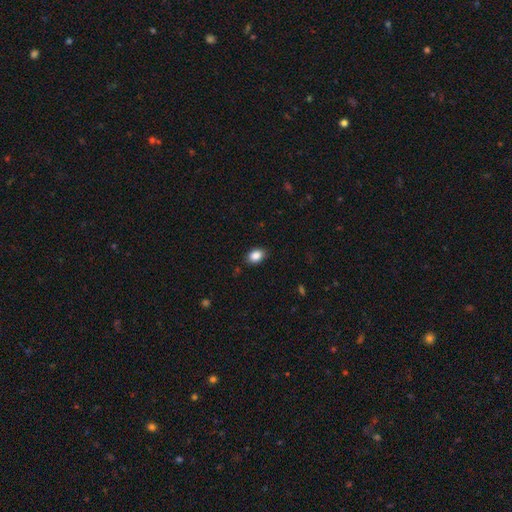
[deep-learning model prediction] This appears to be a smooth galaxy with no disk features (88%) that is in between round and cigar-shaped (79%). Merging: none (86%).